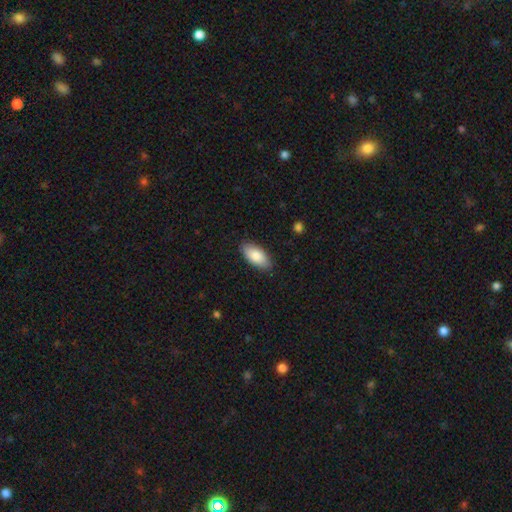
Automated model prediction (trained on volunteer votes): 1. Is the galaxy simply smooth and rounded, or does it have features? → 85% smooth, 9% featured or disk, 6% star or artifact.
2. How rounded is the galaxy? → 92% in between, 6% cigar-shaped, 2% round.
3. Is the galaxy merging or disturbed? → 86% none, 11% minor disturbance, 2% major disturbance, 1% merger.